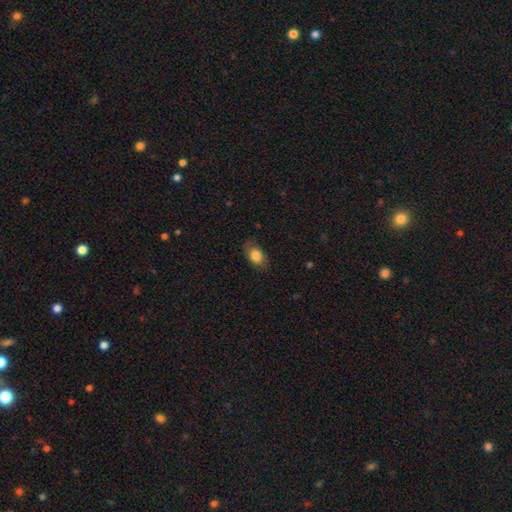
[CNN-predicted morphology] Q: Smooth or featured?
A: smooth (79%); runner-up: featured or disk (13%)
Q: How rounded?
A: in between (82%); runner-up: round (17%)
Q: Merging?
A: none (76%); runner-up: minor disturbance (18%)